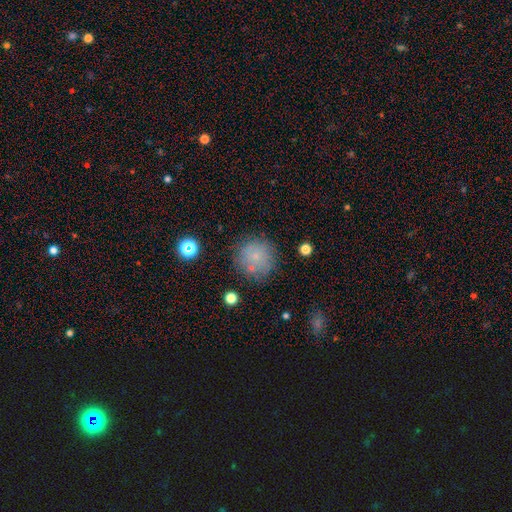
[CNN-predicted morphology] A smooth galaxy with no disk features (73%) that is round (94%). Merging: none (77%).